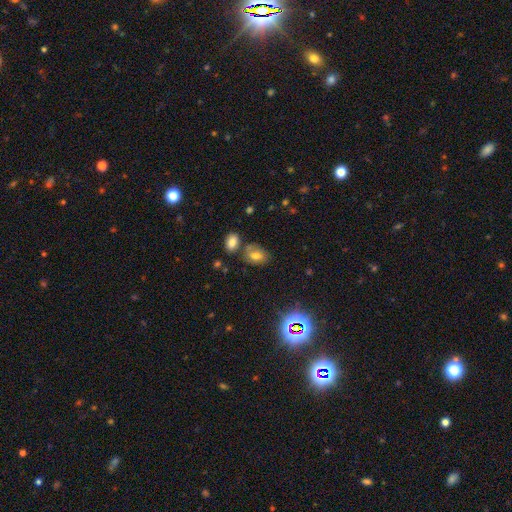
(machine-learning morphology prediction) Overall: smooth (63%). How rounded: in between (74%). Merging: none (61%).